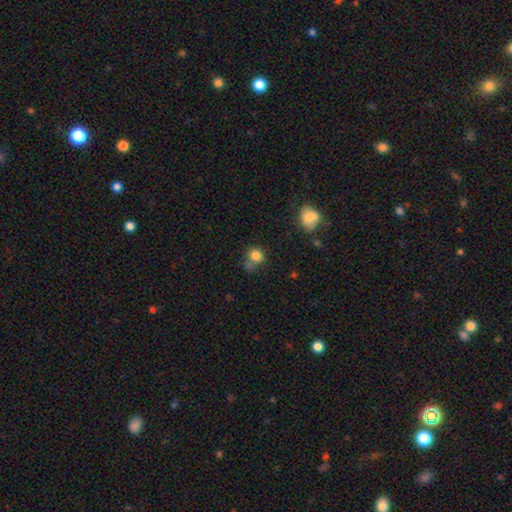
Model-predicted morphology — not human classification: A smooth galaxy with no disk features (81%) that is round (80%). Merging: none (54%).